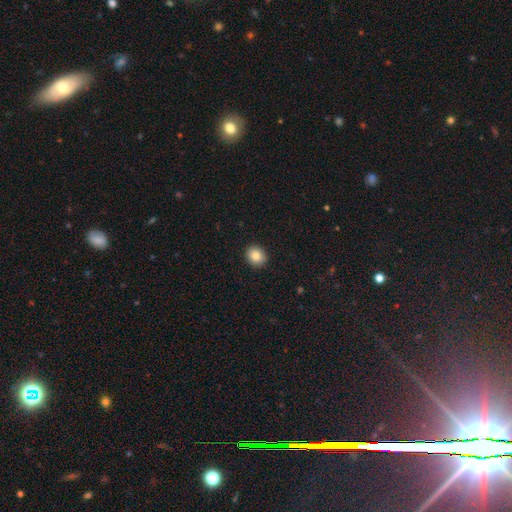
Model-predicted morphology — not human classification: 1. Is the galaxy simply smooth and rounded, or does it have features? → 84% smooth, 9% star or artifact, 7% featured or disk.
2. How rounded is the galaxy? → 74% round, 25% in between, 1% cigar-shaped.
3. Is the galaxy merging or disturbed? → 92% none, 6% minor disturbance, 2% major disturbance, 1% merger.